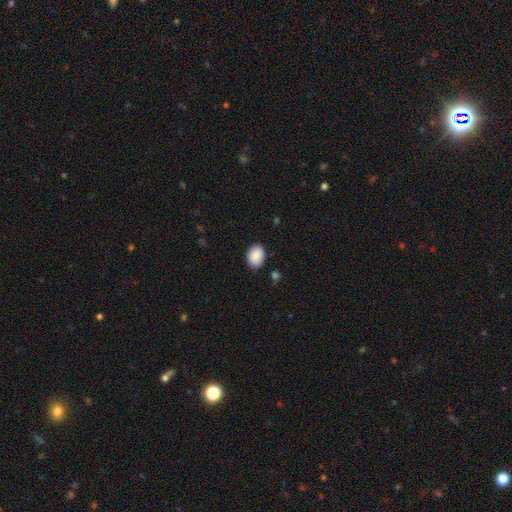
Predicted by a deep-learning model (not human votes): A smooth galaxy with no disk features (89%) that is in between round and cigar-shaped (72%). Merging: none (85%).